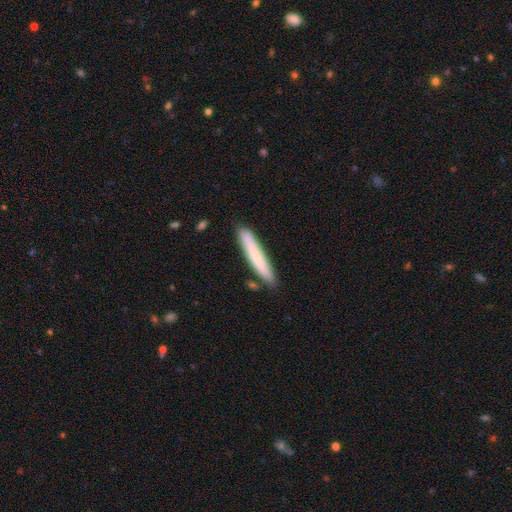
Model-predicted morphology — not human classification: A smooth galaxy with no disk features (74%) that is cigar-shaped (94%).

Vote fractions:
- Smooth or featured? smooth: 74% / featured or disk: 20% / star or artifact: 6%
- How rounded? cigar-shaped: 94% / in between: 5% / round: 1%
- Merging? none: 85% / minor disturbance: 10% / merger: 3% / major disturbance: 2%